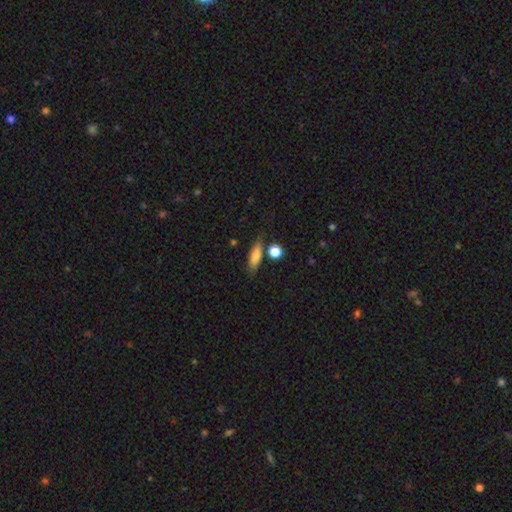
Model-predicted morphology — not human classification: The model was most divided on "how rounded": in between: 56%, cigar-shaped: 39%, round: 5%. More confident: smooth or featured — smooth (78%); merging — none (73%).